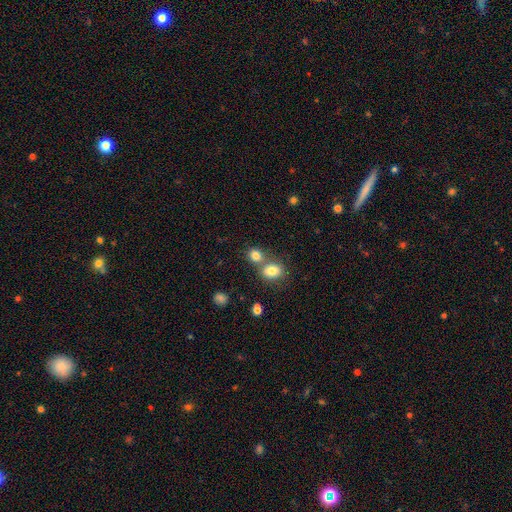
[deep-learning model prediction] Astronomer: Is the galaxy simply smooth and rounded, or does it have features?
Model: smooth — 81%.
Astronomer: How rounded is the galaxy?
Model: round — 67%.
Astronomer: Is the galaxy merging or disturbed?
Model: none — 45% (runner-up: merger, 44%).